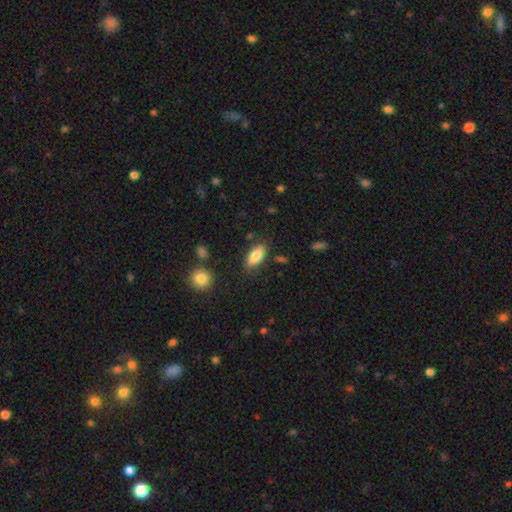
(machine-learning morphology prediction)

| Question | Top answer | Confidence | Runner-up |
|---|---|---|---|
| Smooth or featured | smooth | 83% | featured or disk (10%) |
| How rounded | in between | 86% | cigar-shaped (12%) |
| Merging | none | 79% | minor disturbance (15%) |